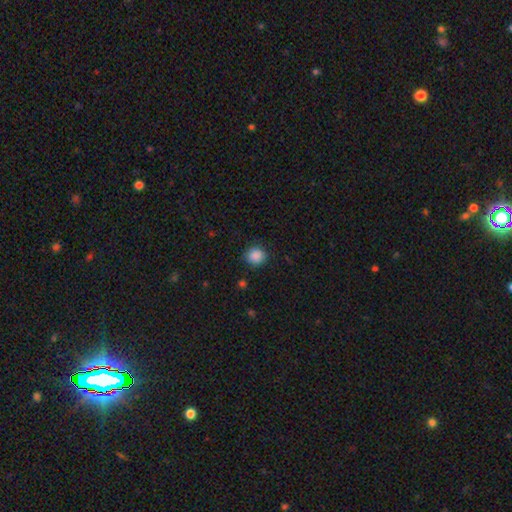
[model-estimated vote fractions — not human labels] smooth 87%, star or artifact 10%, featured or disk 3%. Down the decision tree: how rounded — round (87%); merging — none (86%).